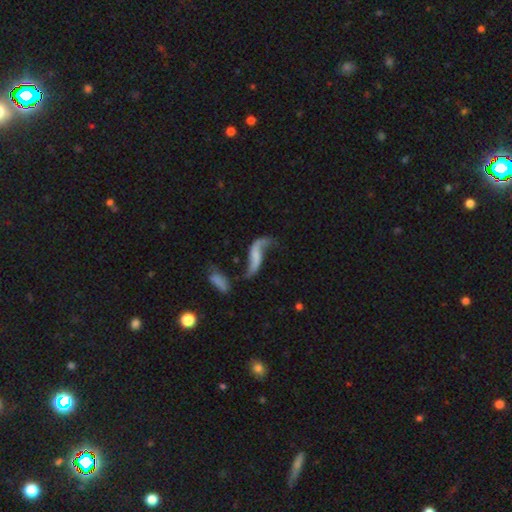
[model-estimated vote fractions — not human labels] Smooth or featured: featured or disk — 75% (smooth — 18%)
Edge-on disk: no — 91% (yes — 9%)
Bar: no — 50% (weak — 33%)
Spiral arms: yes — 88% (no — 12%)
Spiral winding: loose — 93% (medium — 5%)
Spiral arm count: 2 — 85% (1 — 10%)
Bulge size: none — 54% (small — 26%)
Merging: none — 45% (major disturbance — 20%)